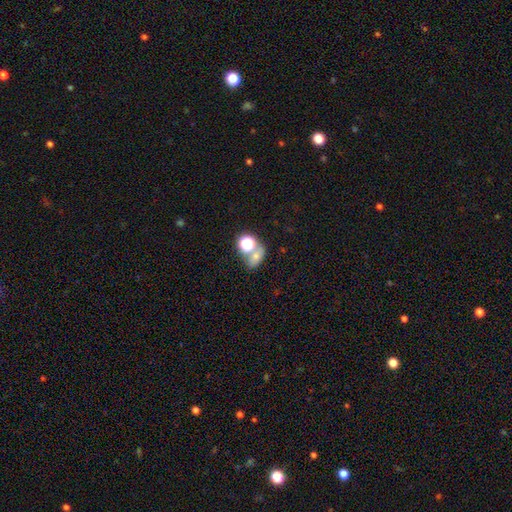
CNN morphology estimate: Smooth or featured: smooth — 63% (star or artifact — 22%)
How rounded: in between — 54% (round — 44%)
Merging: merger — 42% (none — 40%)